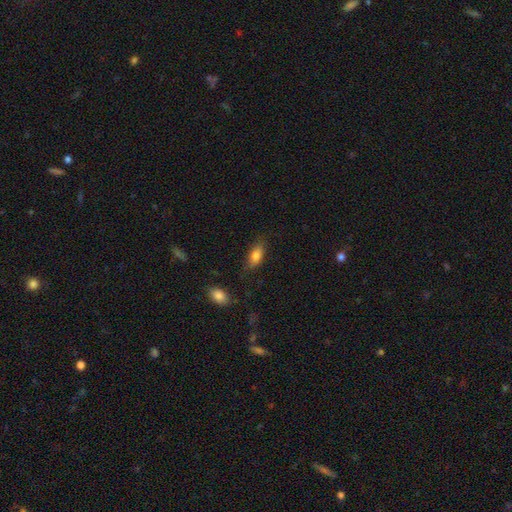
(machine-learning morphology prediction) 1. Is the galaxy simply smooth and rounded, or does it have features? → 80% smooth, 12% featured or disk, 8% star or artifact.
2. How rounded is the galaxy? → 82% in between, 14% cigar-shaped, 4% round.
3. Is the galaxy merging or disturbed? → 77% none, 17% minor disturbance, 4% major disturbance, 2% merger.